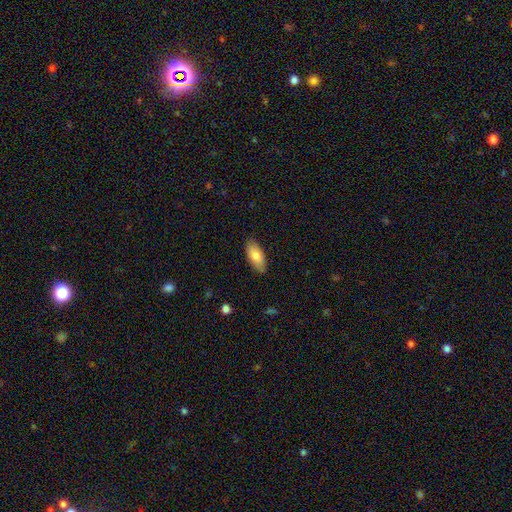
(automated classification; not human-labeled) The model was most divided on "smooth or featured": smooth: 78%, featured or disk: 15%, star or artifact: 6%. More confident: how rounded — in between (88%); merging — none (86%).